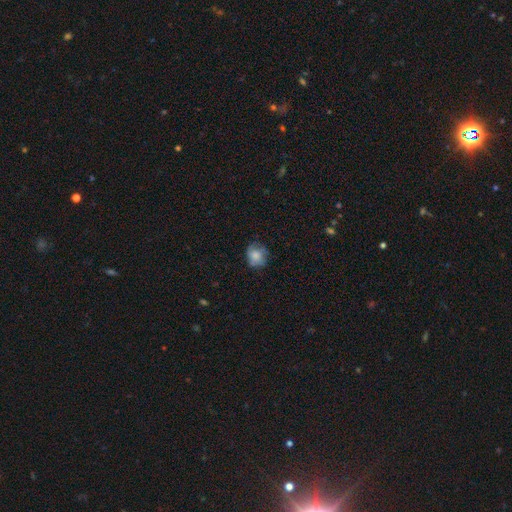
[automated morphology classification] smooth_or_featured: smooth (p=0.71) [alt: featured or disk p=0.20]
how_rounded: round (p=0.72) [alt: in between p=0.27]
merging: none (p=0.66) [alt: minor disturbance p=0.24]